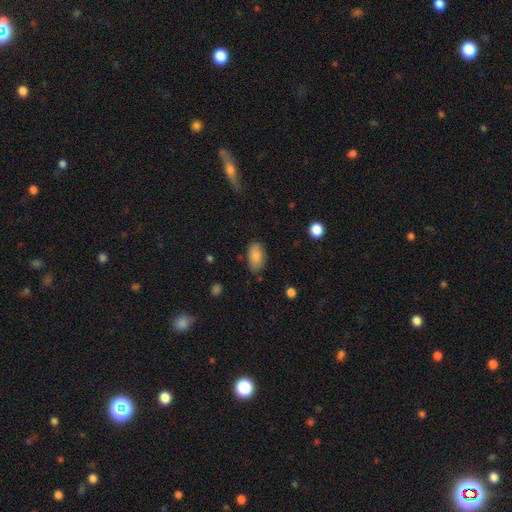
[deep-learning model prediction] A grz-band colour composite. It shows a smooth galaxy with no disk features (87%) that is in between round and cigar-shaped (93%). Merging: none (81%).